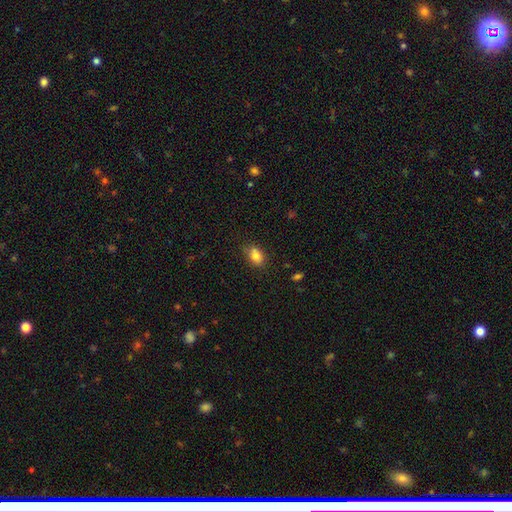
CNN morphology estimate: smooth-or-featured: smooth: 79% | featured or disk: 11% | star or artifact: 10%
  how-rounded: in between: 76% | round: 22% | cigar-shaped: 2%
  merging: none: 66% | minor disturbance: 19% | merger: 11% | major disturbance: 4%